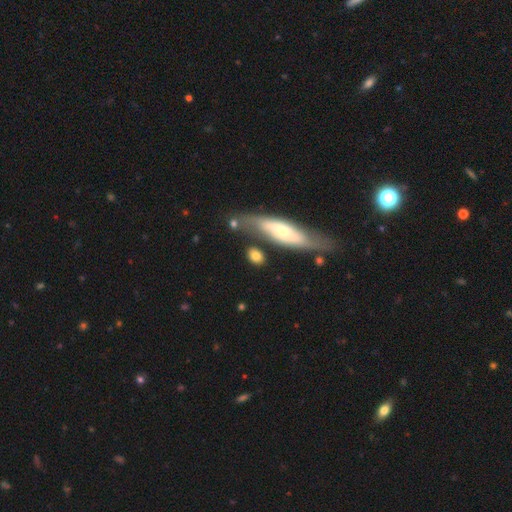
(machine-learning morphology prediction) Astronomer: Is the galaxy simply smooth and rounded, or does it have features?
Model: smooth — 73%.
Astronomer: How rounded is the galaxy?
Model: in between — 61%.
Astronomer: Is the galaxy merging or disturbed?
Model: none — 68%.